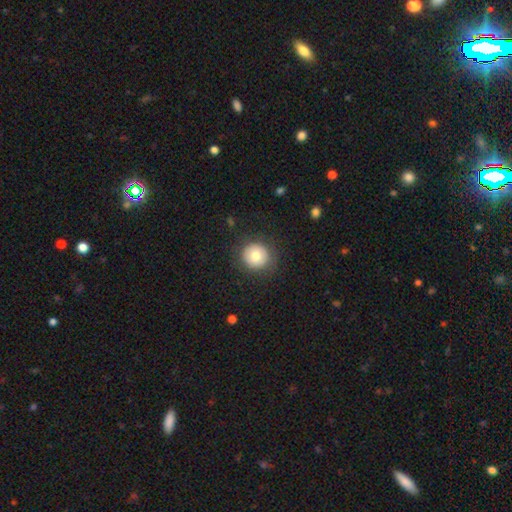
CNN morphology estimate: Q: Smooth or featured?
A: smooth (75%); runner-up: featured or disk (15%)
Q: How rounded?
A: round (92%); runner-up: in between (7%)
Q: Merging?
A: none (86%); runner-up: minor disturbance (9%)